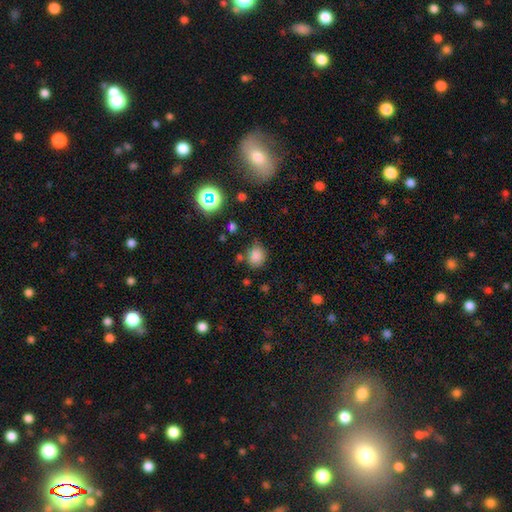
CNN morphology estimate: smooth_or_featured: smooth (p=0.81) [alt: star or artifact p=0.14]
how_rounded: round (p=0.67) [alt: in between p=0.32]
merging: none (p=0.67) [alt: minor disturbance p=0.22]